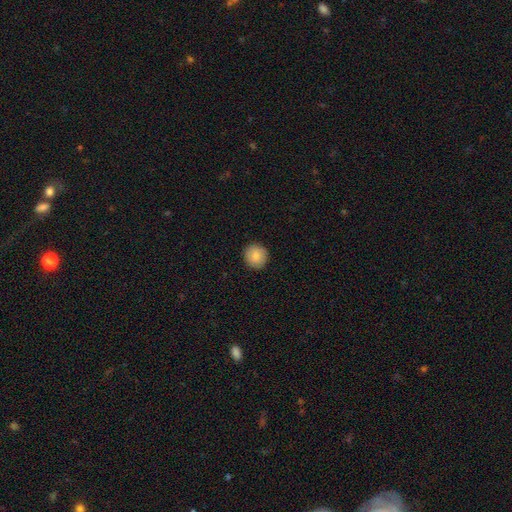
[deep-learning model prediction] This is clearly a smooth galaxy (84%). How rounded: clearly round (94%). Merging: clearly none (92%).